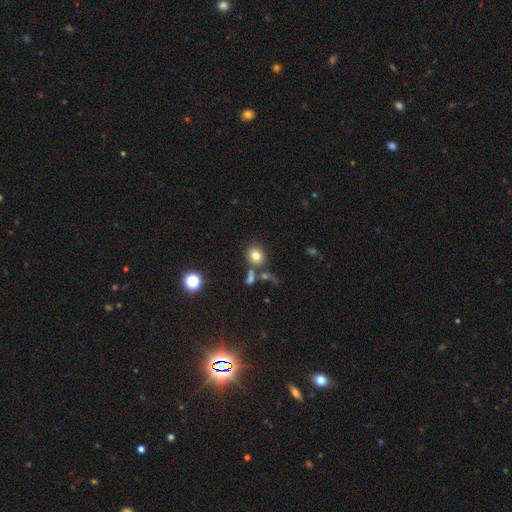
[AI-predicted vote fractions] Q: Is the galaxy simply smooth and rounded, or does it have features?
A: smooth — 78%.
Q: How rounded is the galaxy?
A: round — 72%.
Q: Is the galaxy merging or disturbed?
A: none — 67%.